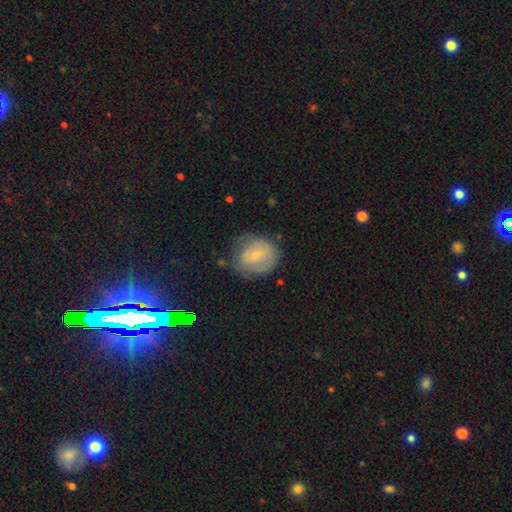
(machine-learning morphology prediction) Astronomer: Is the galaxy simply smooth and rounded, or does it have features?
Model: smooth — 55% (runner-up: featured or disk, 35%).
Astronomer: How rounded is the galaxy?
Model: round — 70%.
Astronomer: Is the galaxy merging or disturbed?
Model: none — 60%.